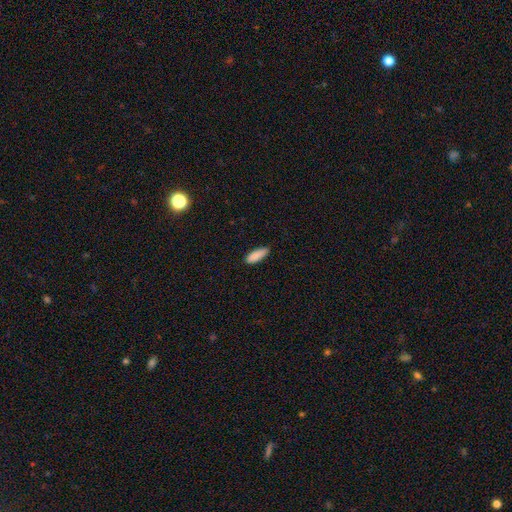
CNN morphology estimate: Overall: smooth (88%). How rounded: in between (59%; cigar-shaped 39%). Merging: none (82%).